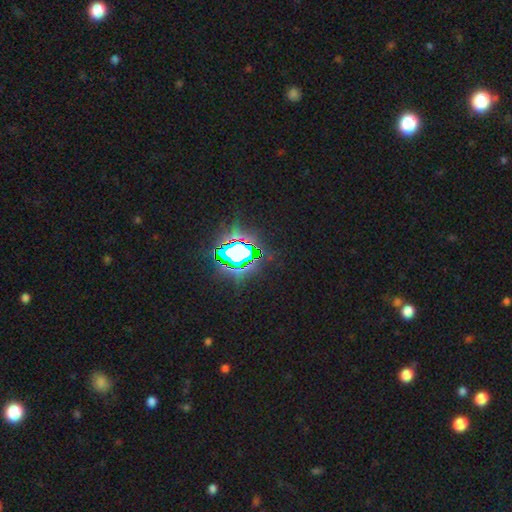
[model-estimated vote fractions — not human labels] Smooth or featured: star or artifact — 82% (smooth — 11%)